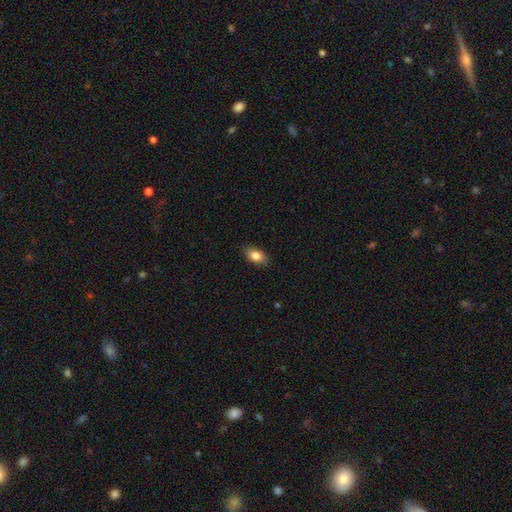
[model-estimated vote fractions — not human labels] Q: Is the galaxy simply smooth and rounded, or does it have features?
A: smooth — 84%.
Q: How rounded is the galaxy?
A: in between — 89%.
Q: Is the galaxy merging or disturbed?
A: none — 87%.